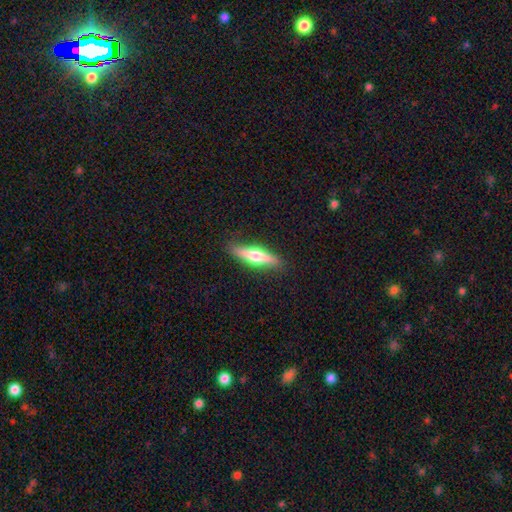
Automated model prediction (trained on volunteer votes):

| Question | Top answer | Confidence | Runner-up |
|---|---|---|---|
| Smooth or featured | featured or disk | 56% | smooth (38%) |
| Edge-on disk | yes | 94% | no (6%) |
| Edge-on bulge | rounded | 93% | boxy (4%) |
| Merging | none | 88% | minor disturbance (9%) |